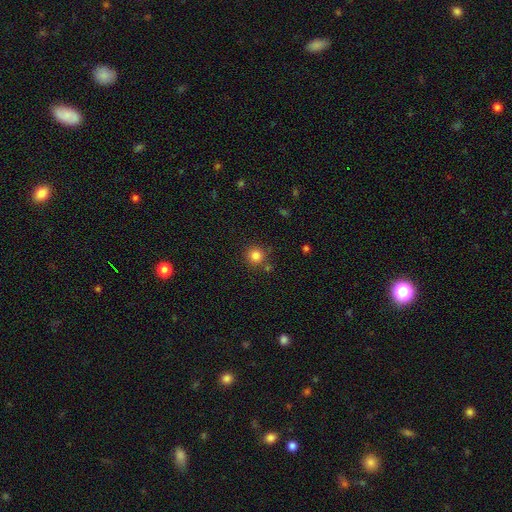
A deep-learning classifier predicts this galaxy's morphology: Smooth or featured: smooth — 83% (star or artifact — 12%)
How rounded: round — 94% (in between — 5%)
Merging: none — 83% (minor disturbance — 8%)